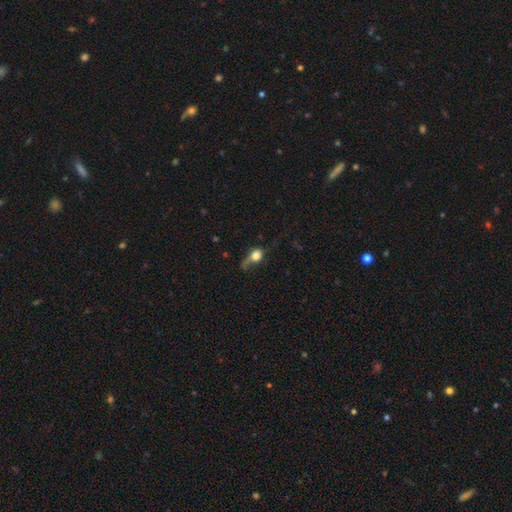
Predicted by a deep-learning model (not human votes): smooth-or-featured: smooth: 71% | featured or disk: 19% | star or artifact: 10%
  how-rounded: round: 49% | in between: 46% | cigar-shaped: 5%
  merging: major disturbance: 40% | minor disturbance: 27% | none: 27% | merger: 6%